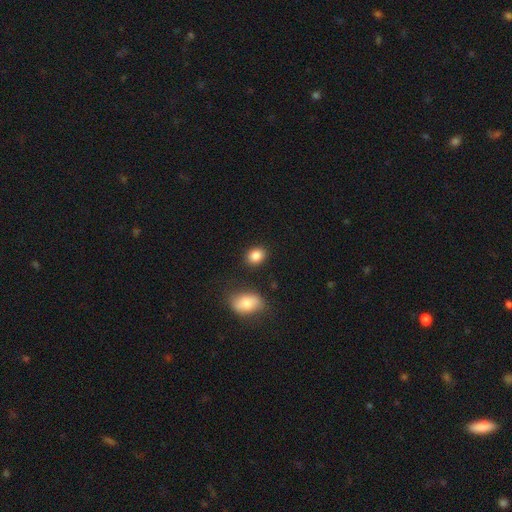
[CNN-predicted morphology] This appears to be a smooth galaxy with no disk features (86%) that is in between round and cigar-shaped (61%). Merging: none (84%).